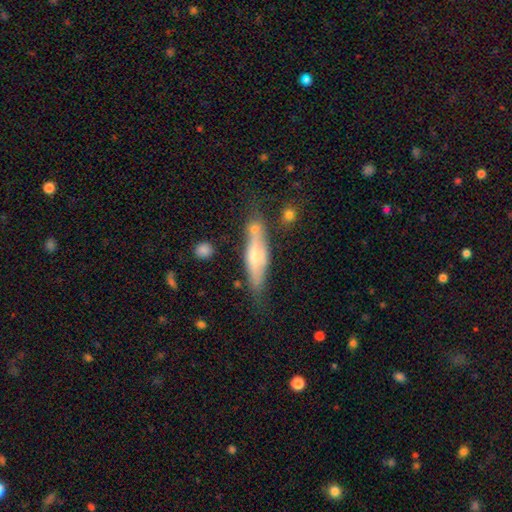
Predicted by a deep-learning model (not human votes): Morphology: type=featured or disk (53%); edge-on=yes (81%); merging=none (64%).